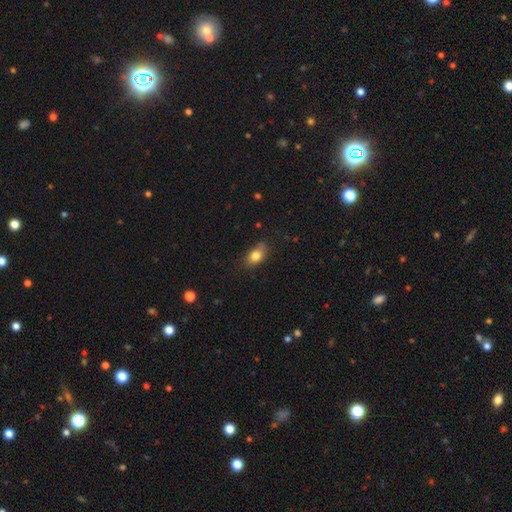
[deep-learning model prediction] A smooth galaxy with no disk features (81%) that is in between round and cigar-shaped (78%). Merging: none (69%).